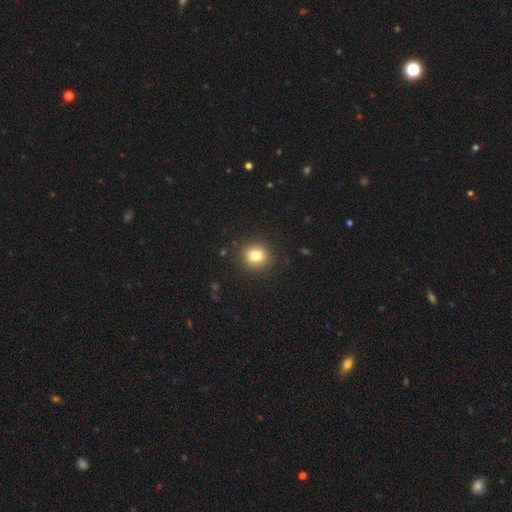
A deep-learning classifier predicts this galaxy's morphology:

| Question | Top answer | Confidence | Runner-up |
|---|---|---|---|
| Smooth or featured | smooth | 81% | star or artifact (11%) |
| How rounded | round | 81% | in between (18%) |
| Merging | none | 90% | minor disturbance (7%) |